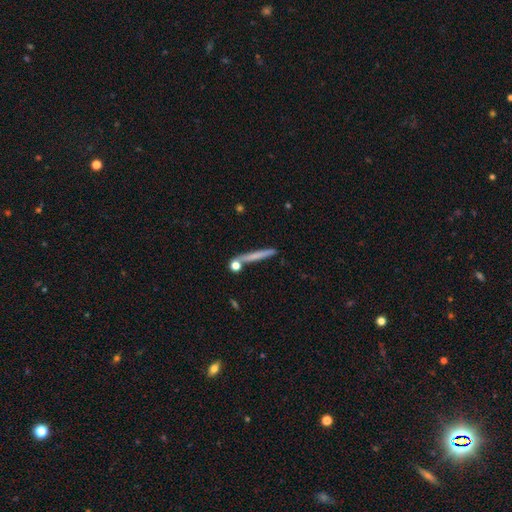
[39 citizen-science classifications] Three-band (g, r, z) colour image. It shows a smooth galaxy with no disk features (64%) that is cigar-shaped (96%). Merging: none (73%).